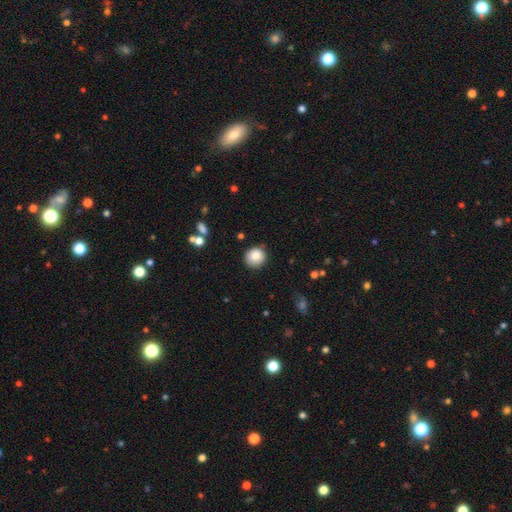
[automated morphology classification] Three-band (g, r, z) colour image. It shows a smooth galaxy with no disk features (84%) that is round (91%). Merging: none (85%).